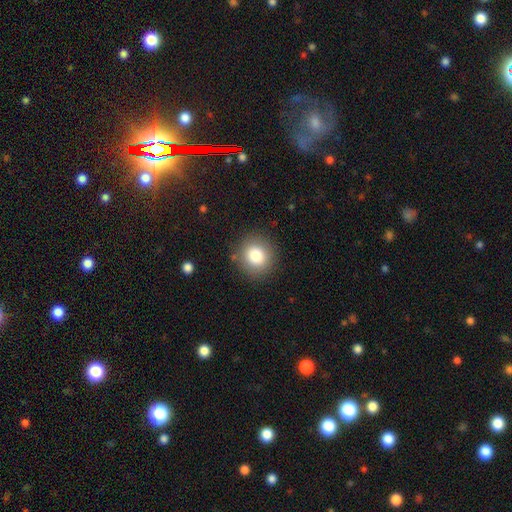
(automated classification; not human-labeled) Smooth or featured? smooth (80%)
How rounded? round (90%)
Merging? none (87%)